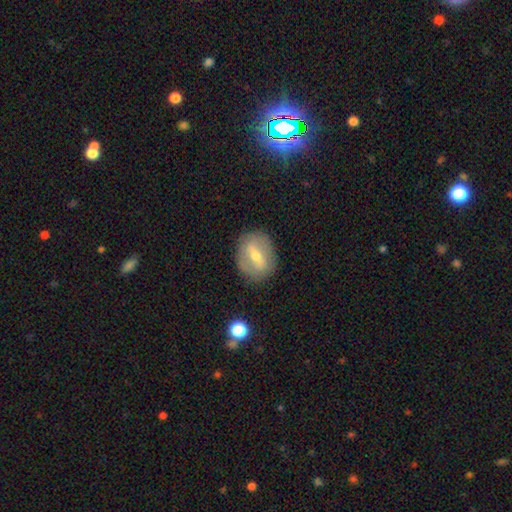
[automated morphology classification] smooth_or_featured: featured or disk (p=0.55) [alt: smooth p=0.37]
disk_edge_on: no (p=0.87) [alt: yes p=0.13]
merging: none (p=0.82) [alt: minor disturbance p=0.12]